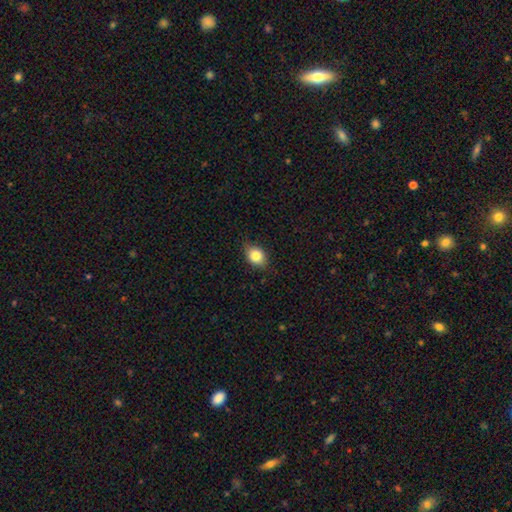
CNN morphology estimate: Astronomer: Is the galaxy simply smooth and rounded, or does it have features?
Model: smooth — 81%.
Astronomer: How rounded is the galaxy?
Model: in between — 62%.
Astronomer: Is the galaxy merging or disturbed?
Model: none — 77%.